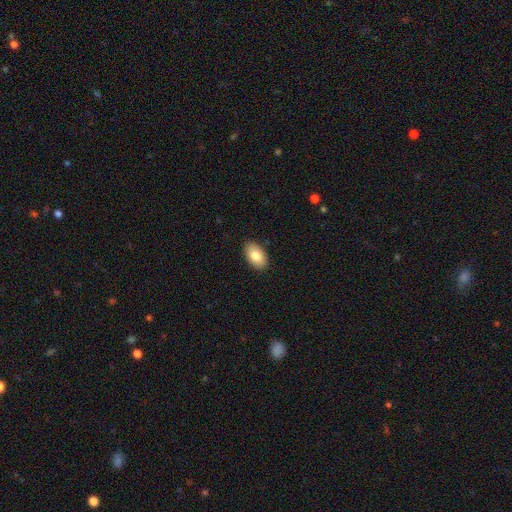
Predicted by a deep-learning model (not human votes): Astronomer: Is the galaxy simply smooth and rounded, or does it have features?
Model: smooth — 83%.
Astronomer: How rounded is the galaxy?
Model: in between — 94%.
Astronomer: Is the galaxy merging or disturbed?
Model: none — 89%.